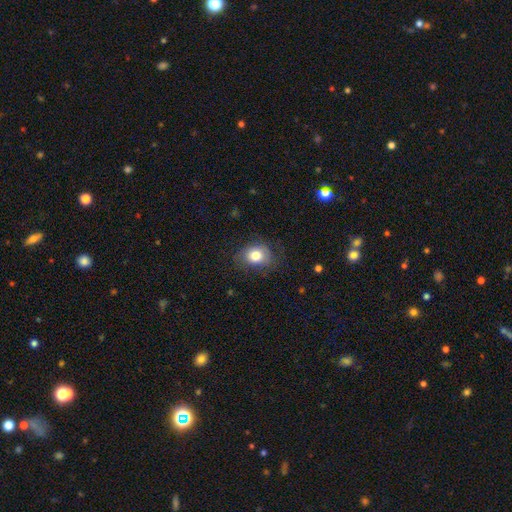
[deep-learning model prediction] smooth-or-featured: smooth: 78% | featured or disk: 12% | star or artifact: 10%
  how-rounded: in between: 51% | round: 48% | cigar-shaped: 1%
  merging: none: 71% | minor disturbance: 20% | major disturbance: 8% | merger: 1%